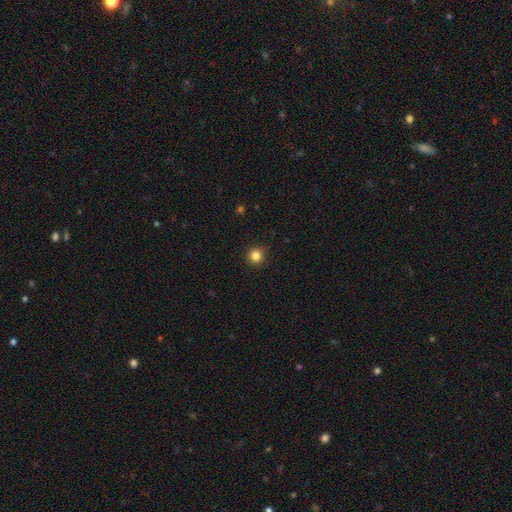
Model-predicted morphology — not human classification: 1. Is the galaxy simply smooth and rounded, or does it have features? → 83% smooth, 12% star or artifact, 4% featured or disk.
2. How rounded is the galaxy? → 94% round, 5% in between, 1% cigar-shaped.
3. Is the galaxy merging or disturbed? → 92% none, 6% minor disturbance, 2% major disturbance, 1% merger.